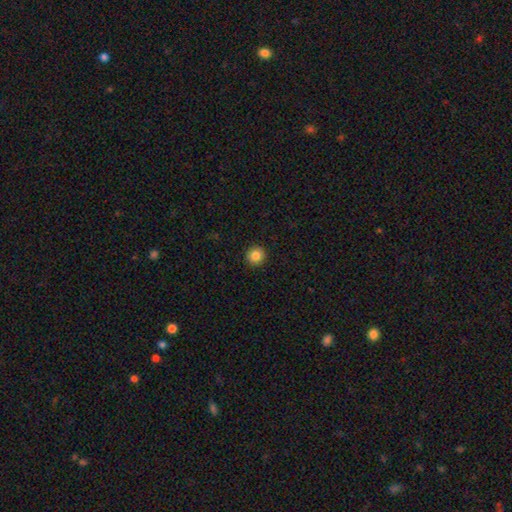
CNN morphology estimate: A smooth galaxy with no disk features (84%) that is round (95%). Merging: none (93%).